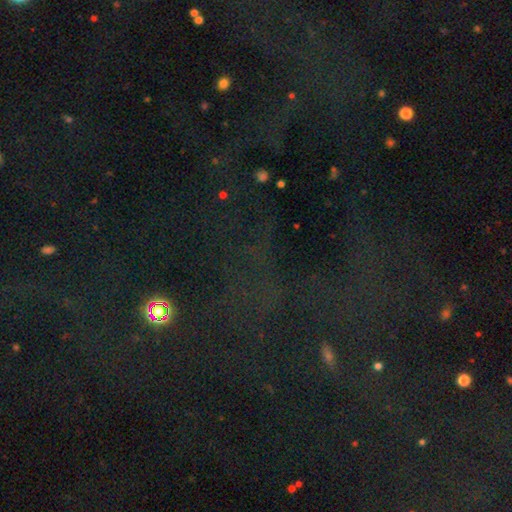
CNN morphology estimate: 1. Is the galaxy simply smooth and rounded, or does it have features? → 71% star or artifact, 18% smooth, 12% featured or disk.